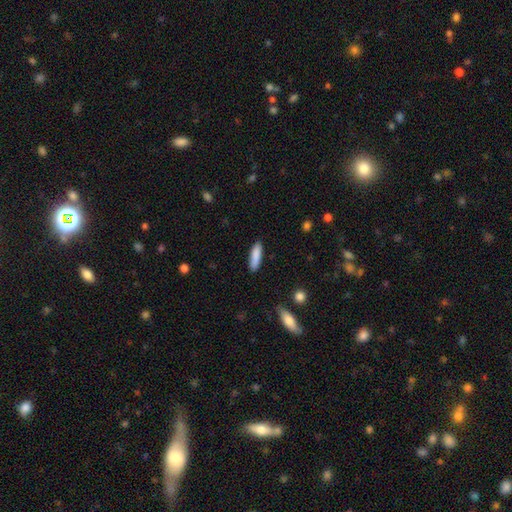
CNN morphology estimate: This is clearly a smooth galaxy (87%). How rounded: likely cigar-shaped (63%). Merging: clearly none (86%).